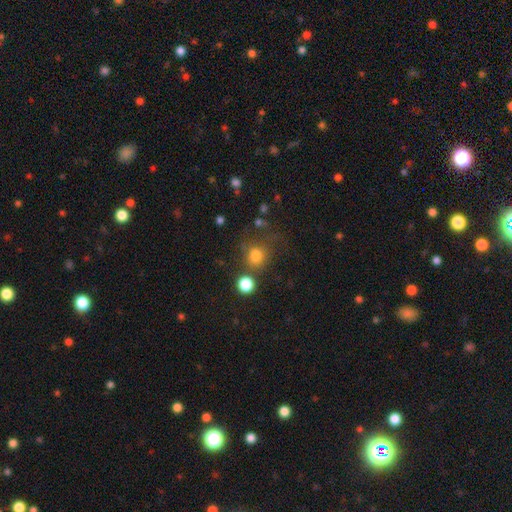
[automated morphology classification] A smooth galaxy with no disk features (76%) that is round (79%).

Vote fractions:
- Smooth or featured? smooth: 76% / star or artifact: 16% / featured or disk: 8%
- How rounded? round: 79% / in between: 20% / cigar-shaped: 1%
- Merging? none: 62% / minor disturbance: 15% / merger: 13% / major disturbance: 10%